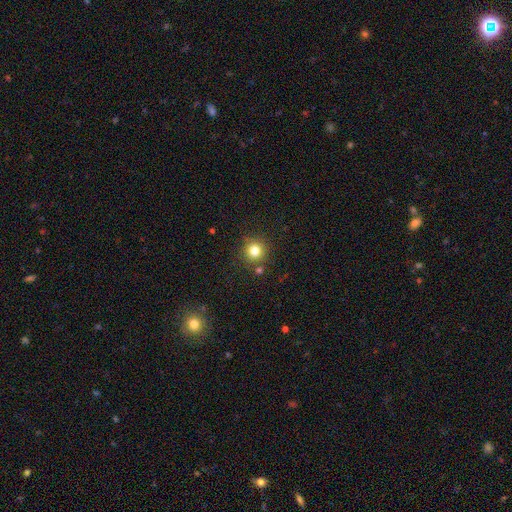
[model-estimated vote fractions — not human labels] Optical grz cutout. It shows a smooth galaxy with no disk features (77%) that is round (94%). Merging: none (87%).